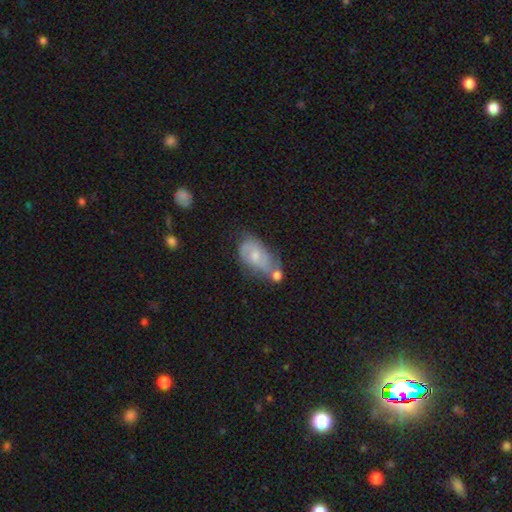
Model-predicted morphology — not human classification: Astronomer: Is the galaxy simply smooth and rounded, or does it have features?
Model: featured or disk — 49% (runner-up: smooth, 43%).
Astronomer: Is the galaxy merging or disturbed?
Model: none — 32% (runner-up: minor disturbance, 28%).